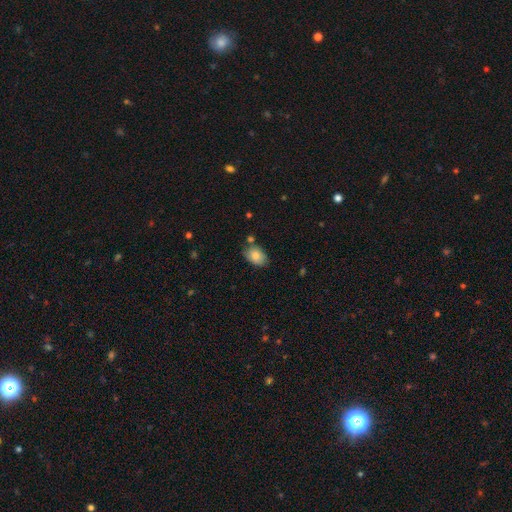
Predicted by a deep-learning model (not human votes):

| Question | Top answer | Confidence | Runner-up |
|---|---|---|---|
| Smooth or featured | smooth | 82% | featured or disk (10%) |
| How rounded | in between | 82% | round (16%) |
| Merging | none | 72% | minor disturbance (18%) |